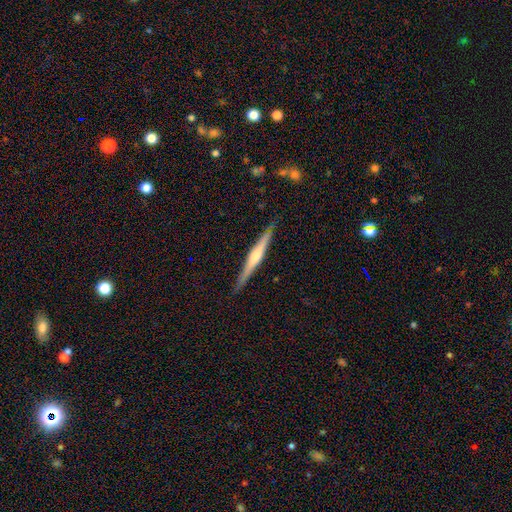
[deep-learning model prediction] The model was most divided on "smooth or featured": featured or disk: 65%, smooth: 30%, star or artifact: 5%. More confident: edge-on disk — yes (98%); merging — none (88%); edge-on bulge — rounded (66%).